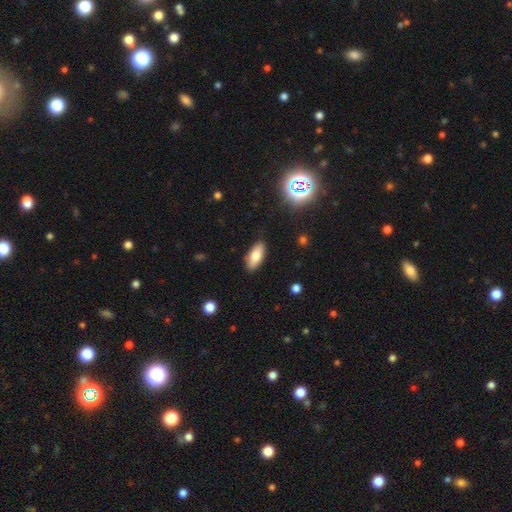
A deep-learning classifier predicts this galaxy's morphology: Smooth or featured?
  - smooth: 76% *
  - featured or disk: 16%
  - star or artifact: 8%
How rounded?
  - in between: 81% *
  - cigar-shaped: 17%
  - round: 2%
Merging?
  - none: 87% *
  - minor disturbance: 10%
  - major disturbance: 2%
  - merger: 1%